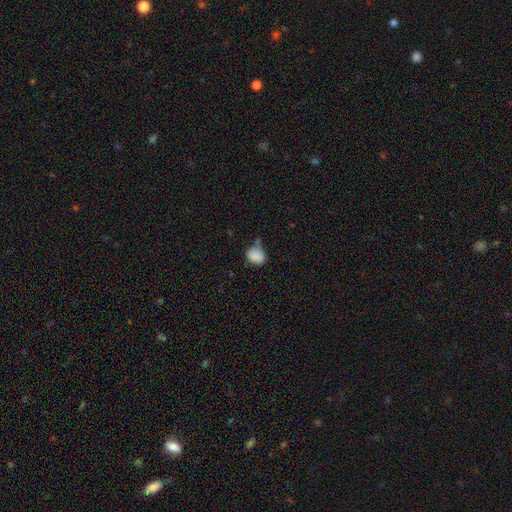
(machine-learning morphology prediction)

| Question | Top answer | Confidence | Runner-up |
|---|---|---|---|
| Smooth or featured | smooth | 85% | star or artifact (9%) |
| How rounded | round | 51% | in between (48%) |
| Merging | none | 49% | minor disturbance (30%) |